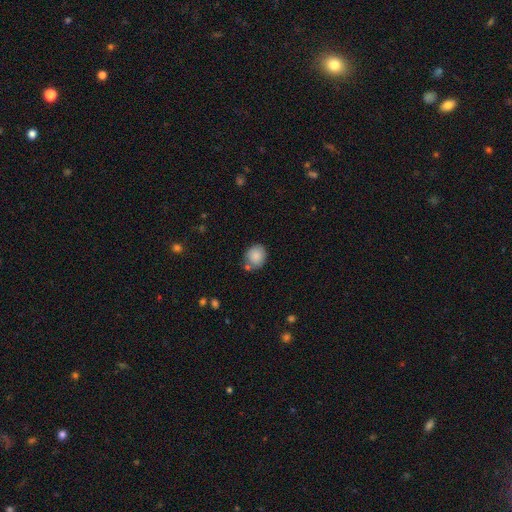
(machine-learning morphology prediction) A smooth galaxy with no disk features (87%) that is round (72%). Merging: none (71%).